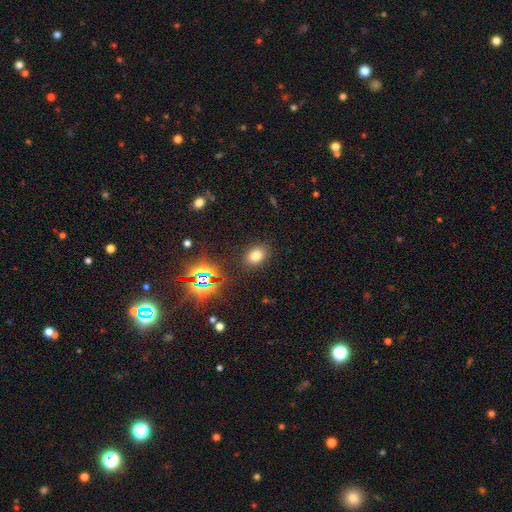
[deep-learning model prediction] Smooth or featured? Predicted: smooth (p=0.72). How rounded? Predicted: in between (p=0.67). Merging? Predicted: none (p=0.86).